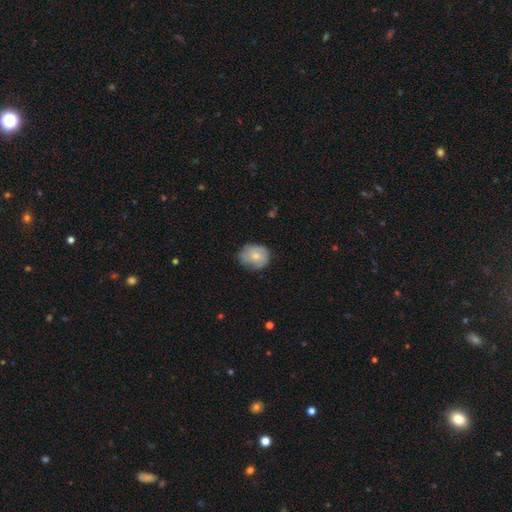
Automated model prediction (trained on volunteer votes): A smooth galaxy with no disk features (58%) that is round (69%).

Vote fractions:
- Smooth or featured? smooth: 58% / featured or disk: 35% / star or artifact: 7%
- How rounded? round: 69% / in between: 30% / cigar-shaped: 1%
- Merging? none: 70% / minor disturbance: 23% / major disturbance: 6% / merger: 1%